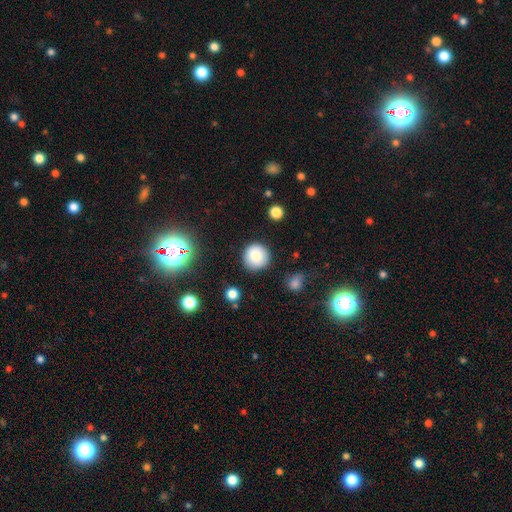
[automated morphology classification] A smooth galaxy with no disk features (82%) that is round (95%).

Vote fractions:
- Smooth or featured? smooth: 82% / star or artifact: 11% / featured or disk: 7%
- How rounded? round: 95% / in between: 4% / cigar-shaped: 1%
- Merging? none: 89% / minor disturbance: 7% / major disturbance: 2% / merger: 2%